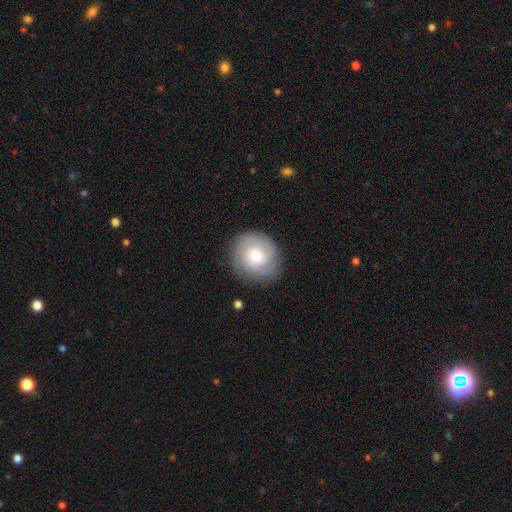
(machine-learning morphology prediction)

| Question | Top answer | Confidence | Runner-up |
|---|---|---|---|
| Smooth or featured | featured or disk | 50% | smooth (42%) |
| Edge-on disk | no | 97% | yes (3%) |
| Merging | none | 83% | minor disturbance (12%) |